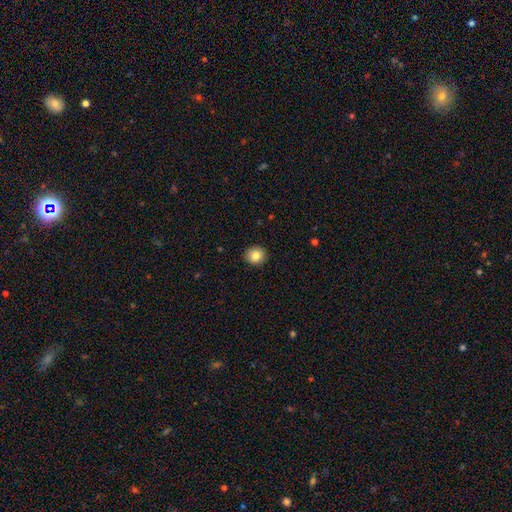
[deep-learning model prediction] Smooth or featured?
  - smooth: 84% *
  - star or artifact: 9%
  - featured or disk: 7%
How rounded?
  - round: 83% *
  - in between: 16%
  - cigar-shaped: 1%
Merging?
  - none: 92% *
  - minor disturbance: 6%
  - major disturbance: 2%
  - merger: 1%